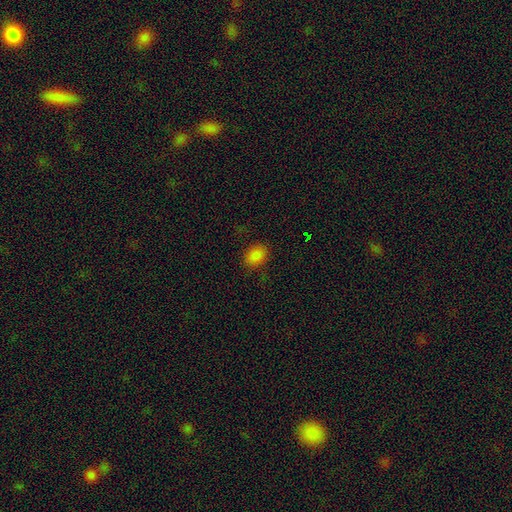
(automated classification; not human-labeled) Q: Smooth or featured?
A: smooth (85%); runner-up: star or artifact (12%)
Q: How rounded?
A: in between (73%); runner-up: round (26%)
Q: Merging?
A: none (84%); runner-up: minor disturbance (11%)